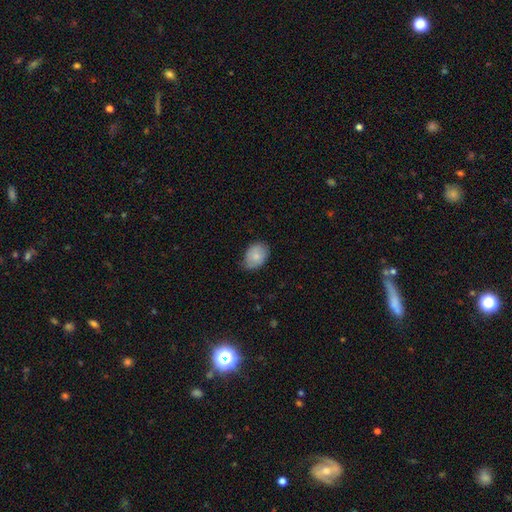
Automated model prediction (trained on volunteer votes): Smooth or featured? Predicted: smooth (p=0.79). How rounded? Predicted: in between (p=0.74). Merging? Predicted: none (p=0.64).